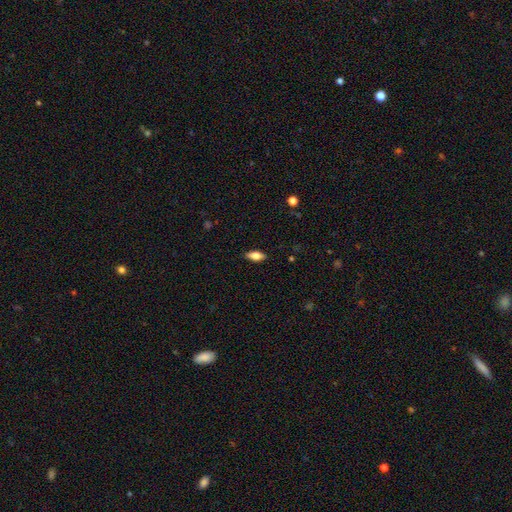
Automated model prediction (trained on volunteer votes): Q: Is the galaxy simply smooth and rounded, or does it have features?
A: smooth — 72%.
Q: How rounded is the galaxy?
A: in between — 80%.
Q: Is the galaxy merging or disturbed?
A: none — 87%.